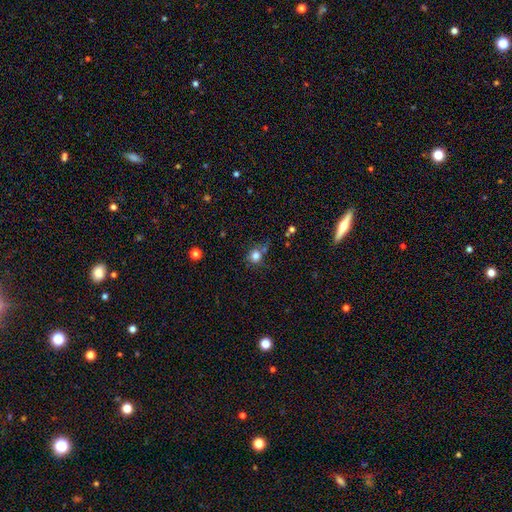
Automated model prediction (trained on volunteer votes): The model was most divided on "merging": none: 63%, minor disturbance: 17%, merger: 13%, major disturbance: 6%. More confident: how rounded — round (86%); smooth or featured — smooth (80%).